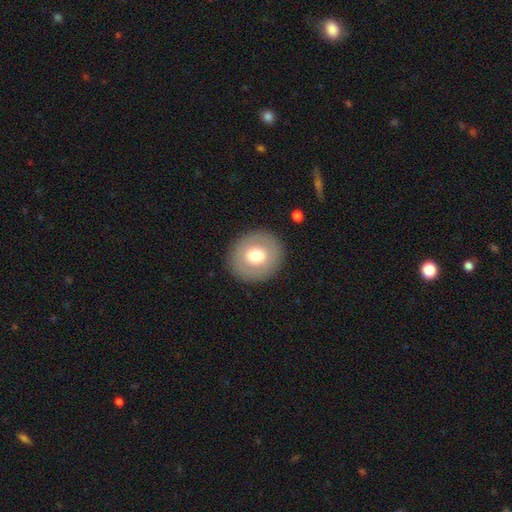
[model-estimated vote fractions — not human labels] Morphology: type=smooth (64%); roundness=round (85%); merging=none (89%).